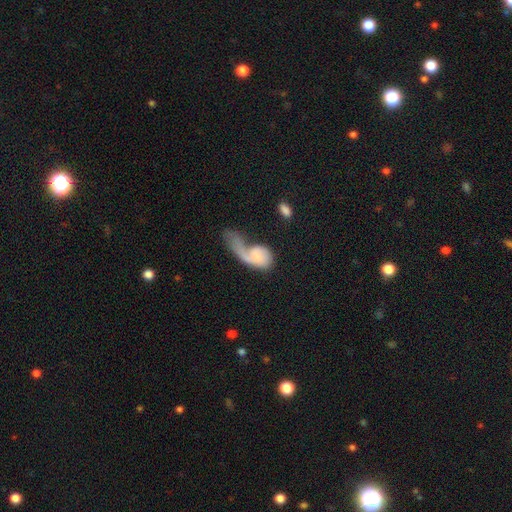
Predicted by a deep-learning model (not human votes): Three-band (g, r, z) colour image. It shows a featured or disk galaxy (48%). Merging: major disturbance (60%).